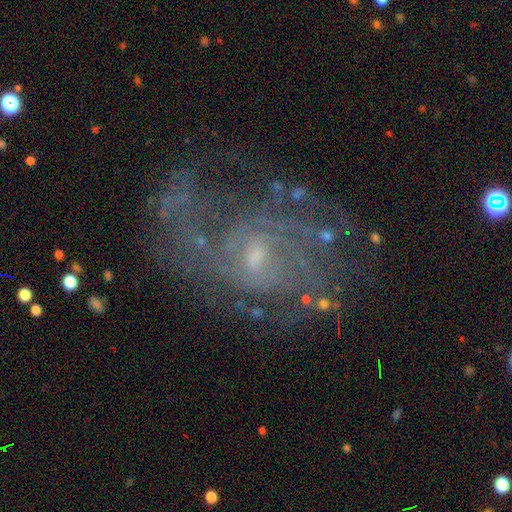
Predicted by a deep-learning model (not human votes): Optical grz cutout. It shows a featured or disk galaxy (62%) with no bar (76%), spiral arms (72%) and a small central bulge (74%). Merging: none (56%).